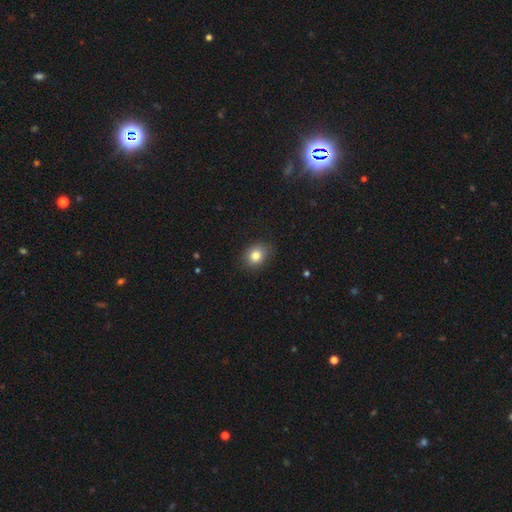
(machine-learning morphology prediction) Smooth or featured? smooth (82%)
How rounded? round (50%)
Merging? none (84%)